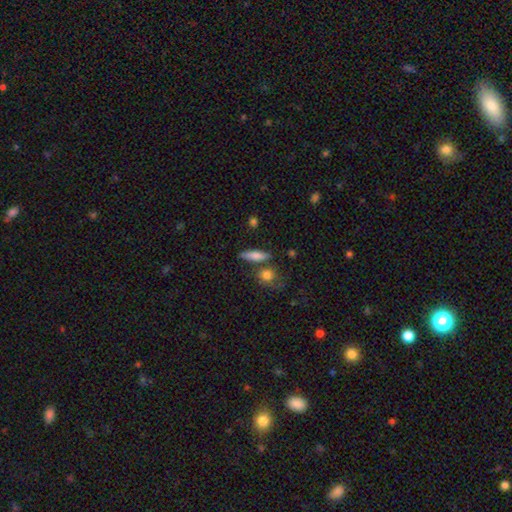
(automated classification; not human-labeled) A smooth galaxy with no disk features (77%) that is cigar-shaped (54%).

Vote fractions:
- Smooth or featured? smooth: 77% / featured or disk: 16% / star or artifact: 7%
- How rounded? cigar-shaped: 54% / in between: 37% / round: 9%
- Merging? none: 71% / minor disturbance: 14% / merger: 11% / major disturbance: 4%